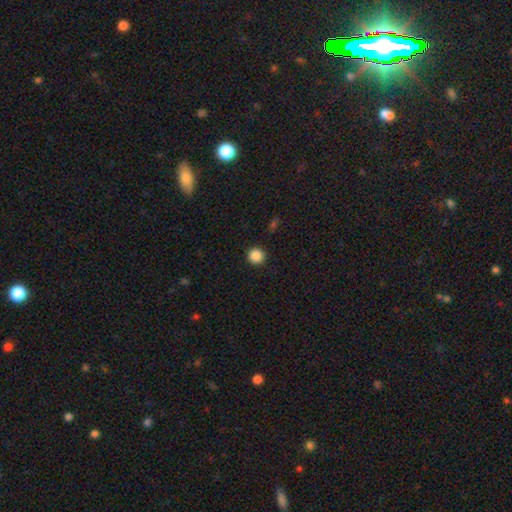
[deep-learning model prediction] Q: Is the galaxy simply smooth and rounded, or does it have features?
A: smooth — 87%.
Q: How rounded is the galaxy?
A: round — 95%.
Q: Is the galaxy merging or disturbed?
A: none — 93%.